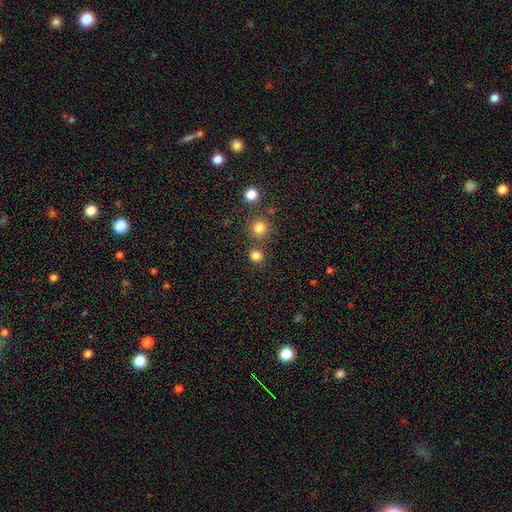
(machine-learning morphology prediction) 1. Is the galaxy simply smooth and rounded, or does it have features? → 80% smooth, 16% star or artifact, 5% featured or disk.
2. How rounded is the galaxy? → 86% round, 13% in between, 1% cigar-shaped.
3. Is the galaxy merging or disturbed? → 75% none, 14% merger, 7% minor disturbance, 3% major disturbance.